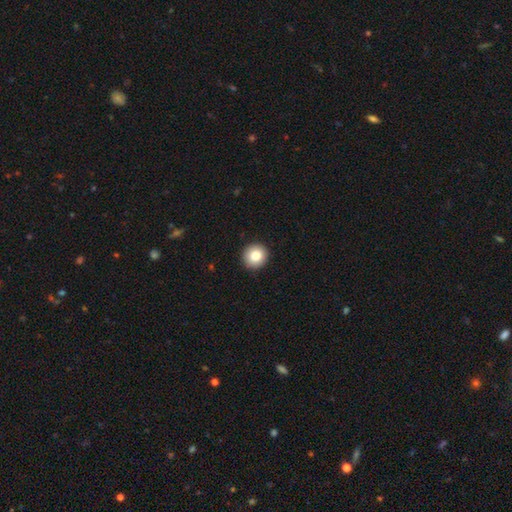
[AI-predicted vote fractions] Overall: smooth (84%). How rounded: round (94%). Merging: none (93%).